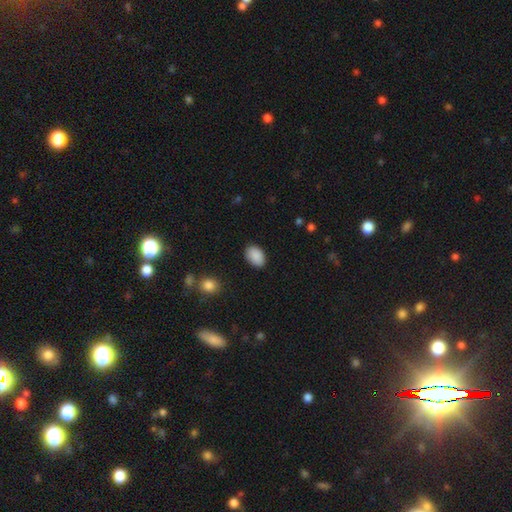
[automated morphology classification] Q: Smooth or featured?
A: smooth (90%); runner-up: star or artifact (7%)
Q: How rounded?
A: in between (86%); runner-up: round (13%)
Q: Merging?
A: none (86%); runner-up: minor disturbance (10%)